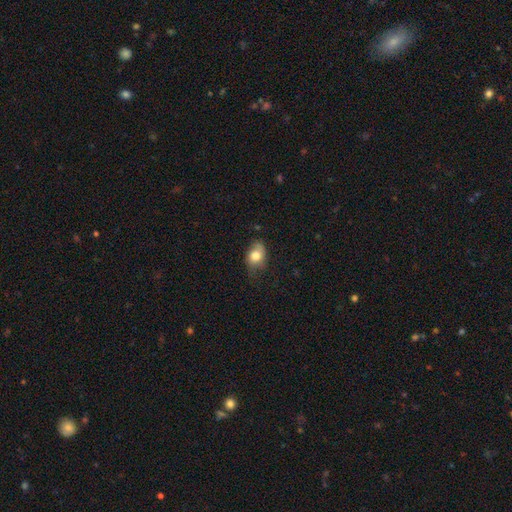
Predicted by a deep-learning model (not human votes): smooth_or_featured: smooth (p=0.74) [alt: featured or disk p=0.17]
how_rounded: in between (p=0.71) [alt: round p=0.27]
merging: none (p=0.55) [alt: minor disturbance p=0.33]